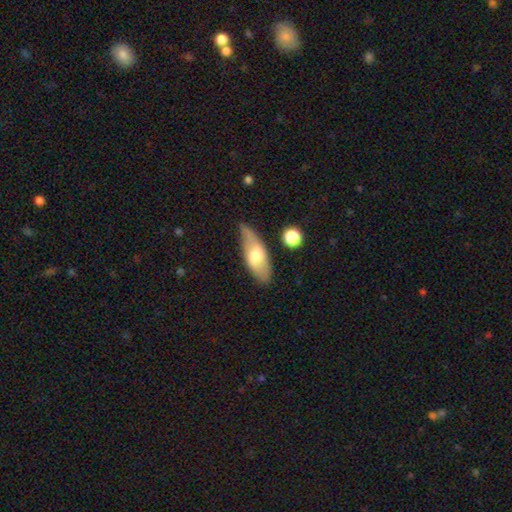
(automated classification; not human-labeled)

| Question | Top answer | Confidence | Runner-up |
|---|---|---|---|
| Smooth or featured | smooth | 59% | featured or disk (35%) |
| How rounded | in between | 76% | cigar-shaped (21%) |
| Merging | none | 63% | minor disturbance (27%) |